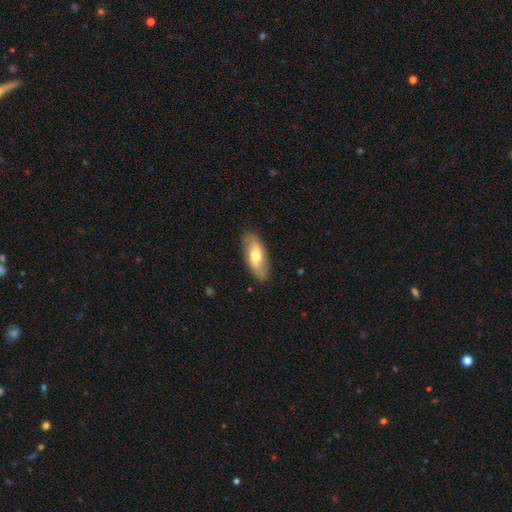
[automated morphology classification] A smooth galaxy with no disk features (55%) that is in between round and cigar-shaped (78%). Merging: none (83%).